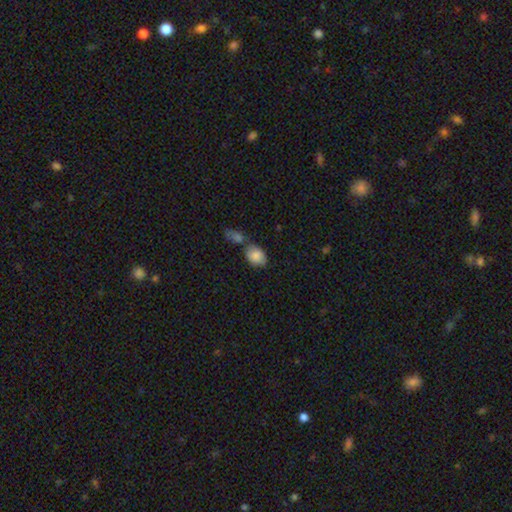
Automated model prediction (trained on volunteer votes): Smooth or featured? smooth (84%)
How rounded? in between (76%)
Merging? none (50%)